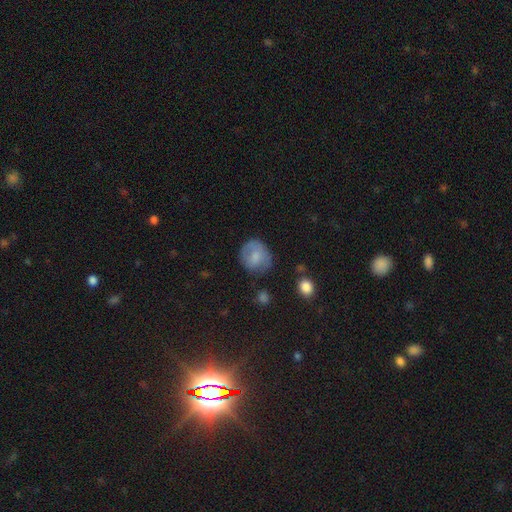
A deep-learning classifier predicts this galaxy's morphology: A smooth galaxy with no disk features (72%) that is round (77%).

Vote fractions:
- Smooth or featured? smooth: 72% / featured or disk: 20% / star or artifact: 8%
- How rounded? round: 77% / in between: 22% / cigar-shaped: 1%
- Merging? none: 63% / minor disturbance: 24% / major disturbance: 10% / merger: 2%